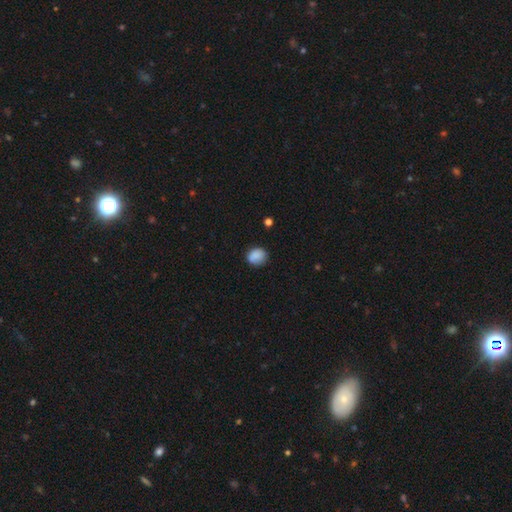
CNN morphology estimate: The model was most divided on "how rounded": round: 70%, in between: 29%, cigar-shaped: 1%. More confident: smooth or featured — smooth (86%); merging — none (76%).